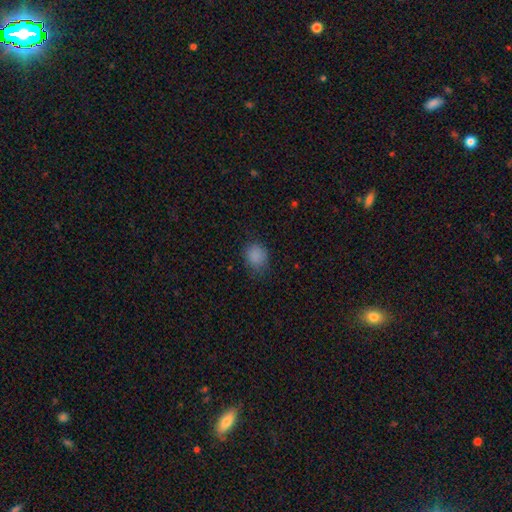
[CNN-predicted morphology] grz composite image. It shows a smooth galaxy with no disk features (84%) that is round (65%). Merging: none (72%).